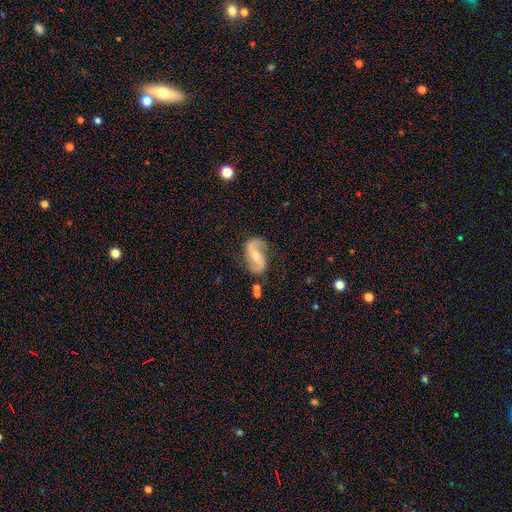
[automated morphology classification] smooth_or_featured: featured or disk (p=0.86) [alt: smooth p=0.09]
disk_edge_on: no (p=0.97) [alt: yes p=0.03]
bar: weak (p=0.43) [alt: no p=0.33]
has_spiral_arms: yes (p=0.96) [alt: no p=0.04]
spiral_winding: loose (p=0.49) [alt: medium p=0.40]
spiral_arm_count: 2 (p=0.92) [alt: can't tell p=0.02]
bulge_size: moderate (p=0.58) [alt: small p=0.35]
merging: none (p=0.77) [alt: minor disturbance p=0.15]